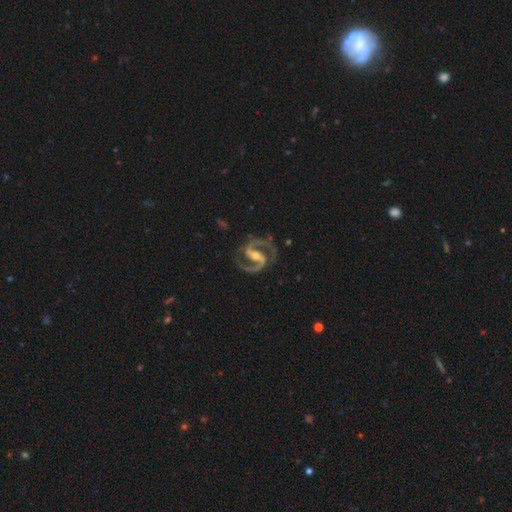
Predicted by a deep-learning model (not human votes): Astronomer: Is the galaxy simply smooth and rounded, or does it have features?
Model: featured or disk — 94%.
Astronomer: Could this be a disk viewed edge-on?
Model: no — 98%.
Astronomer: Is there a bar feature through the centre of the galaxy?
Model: strong — 58%.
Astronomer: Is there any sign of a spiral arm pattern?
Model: yes — 99%.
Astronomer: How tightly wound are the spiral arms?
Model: medium — 67%.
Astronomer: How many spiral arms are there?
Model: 2 — 95%.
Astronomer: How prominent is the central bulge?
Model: moderate — 59% (runner-up: small, 35%).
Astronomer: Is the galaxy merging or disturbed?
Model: none — 82%.